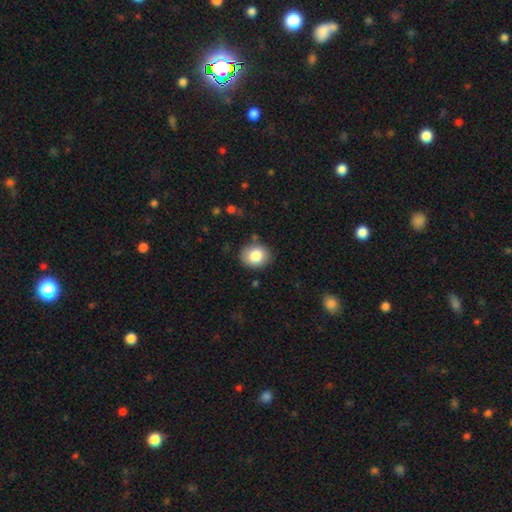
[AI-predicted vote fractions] The model was most divided on "how rounded": round: 60%, in between: 39%, cigar-shaped: 1%. More confident: smooth or featured — smooth (84%); merging — none (83%).